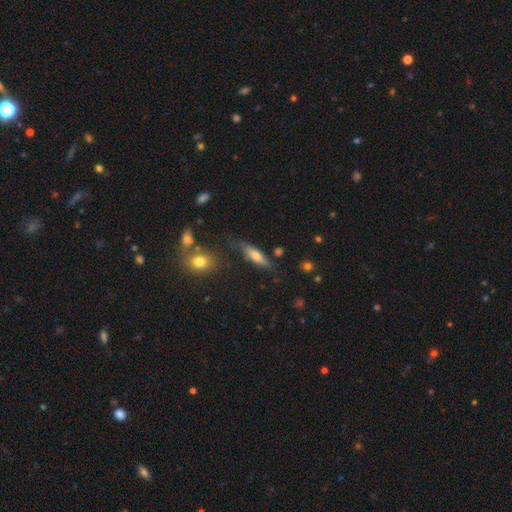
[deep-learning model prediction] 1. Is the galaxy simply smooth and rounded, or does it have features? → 62% smooth, 31% featured or disk, 8% star or artifact.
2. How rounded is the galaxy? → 63% cigar-shaped, 34% in between, 3% round.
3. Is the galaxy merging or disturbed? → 74% none, 17% minor disturbance, 5% merger, 5% major disturbance.